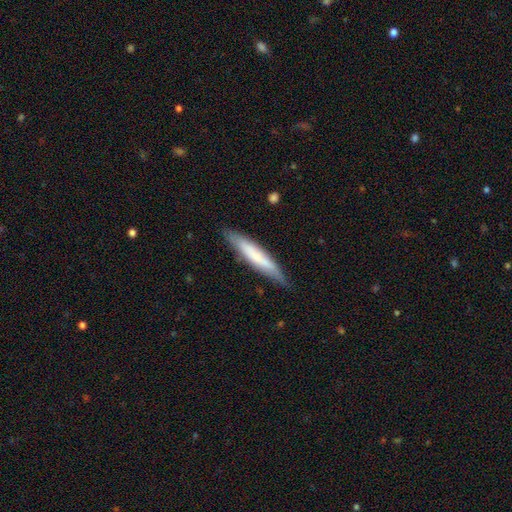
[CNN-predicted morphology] A smooth galaxy with no disk features (62%) that is cigar-shaped (90%). Merging: none (81%).